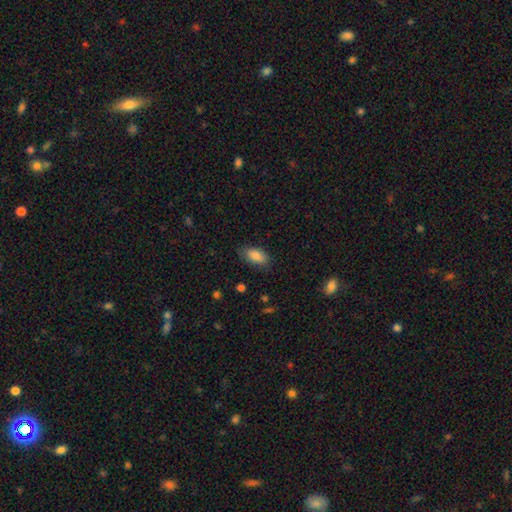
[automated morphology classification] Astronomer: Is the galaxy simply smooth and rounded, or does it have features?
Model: smooth — 85%.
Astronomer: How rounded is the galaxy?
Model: in between — 92%.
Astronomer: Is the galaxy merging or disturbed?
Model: none — 78%.